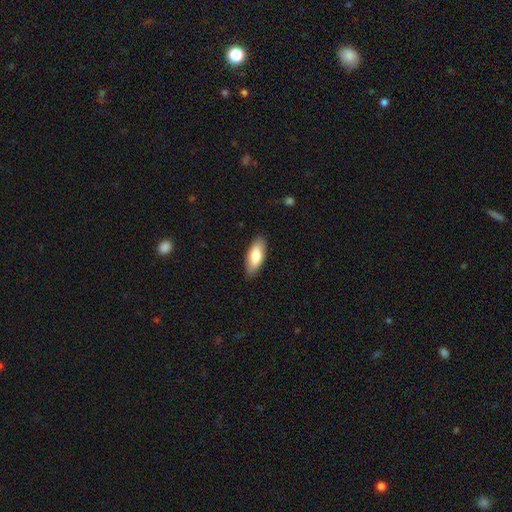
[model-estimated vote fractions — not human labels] A smooth galaxy with no disk features (79%) that is in between round and cigar-shaped (80%). Merging: none (87%).